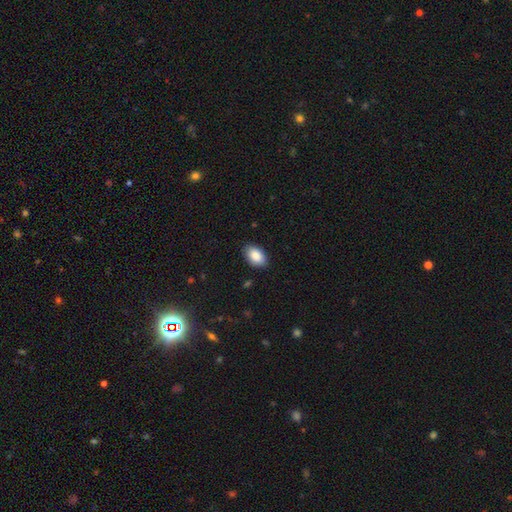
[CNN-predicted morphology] This appears to be a smooth galaxy with no disk features (89%) that is in between round and cigar-shaped (92%). Merging: none (88%).